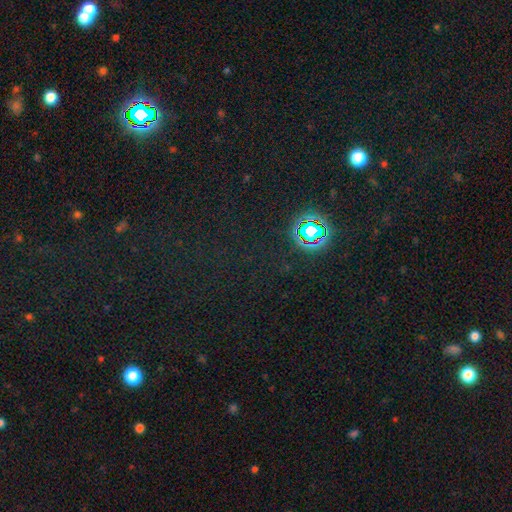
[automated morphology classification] Smooth or featured?
  - star or artifact: 74% *
  - smooth: 18%
  - featured or disk: 8%